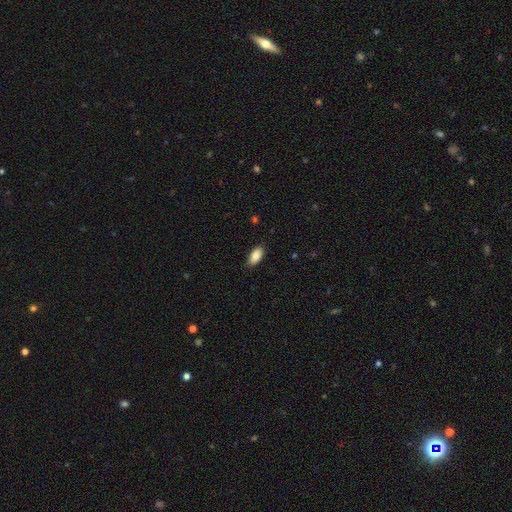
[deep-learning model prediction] This appears to be a smooth galaxy with no disk features (86%) that is in between round and cigar-shaped (93%). Merging: none (86%).